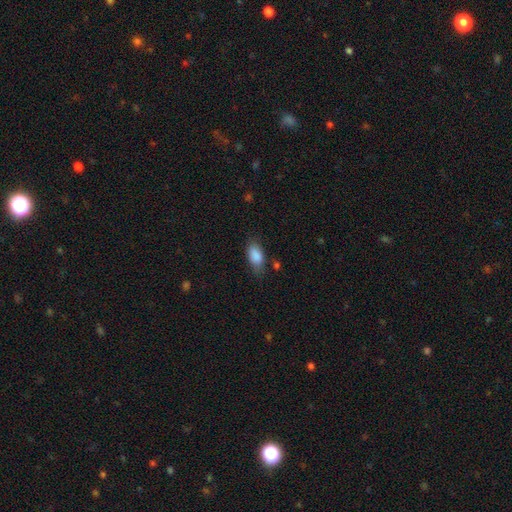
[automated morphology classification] smooth-or-featured: smooth: 87% | star or artifact: 7% | featured or disk: 6%
  how-rounded: in between: 90% | cigar-shaped: 5% | round: 4%
  merging: none: 70% | minor disturbance: 22% | major disturbance: 6% | merger: 2%